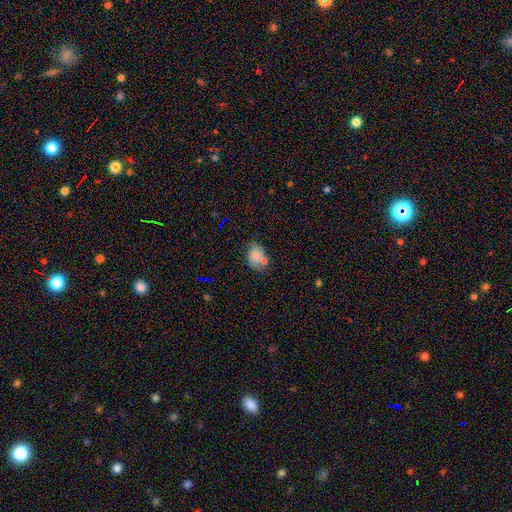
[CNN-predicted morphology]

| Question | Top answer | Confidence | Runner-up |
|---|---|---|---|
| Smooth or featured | smooth | 65% | featured or disk (24%) |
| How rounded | in between | 73% | round (25%) |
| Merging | none | 47% | minor disturbance (25%) |